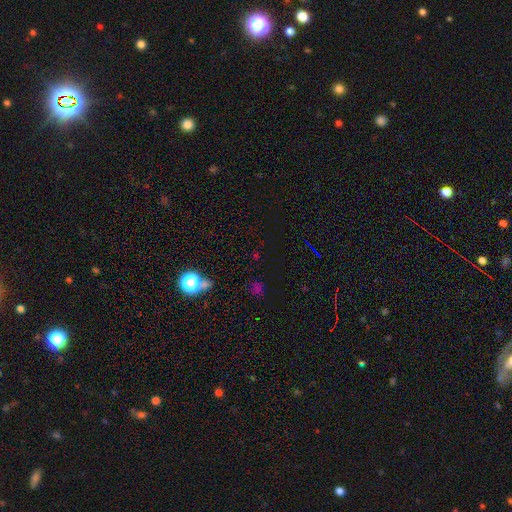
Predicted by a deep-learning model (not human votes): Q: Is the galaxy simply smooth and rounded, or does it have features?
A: star or artifact — 61%.